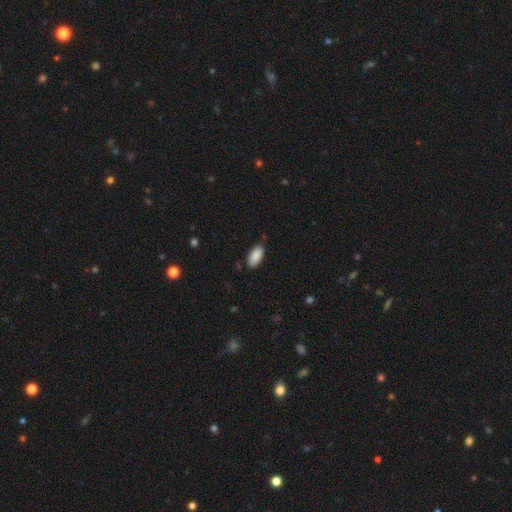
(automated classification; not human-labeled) A smooth galaxy with no disk features (89%) that is in between round and cigar-shaped (92%). Merging: none (85%).